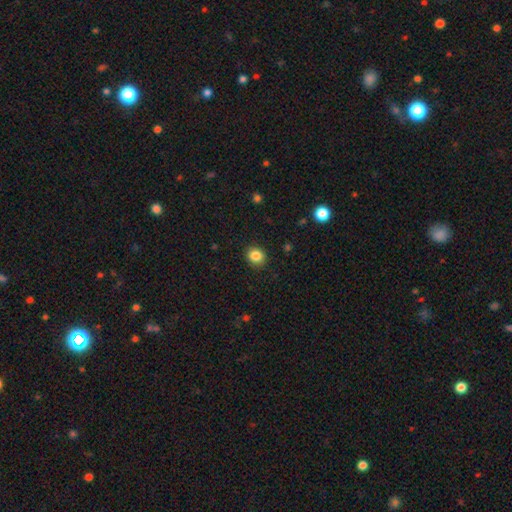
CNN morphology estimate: A smooth galaxy with no disk features (86%) that is round (75%). Merging: none (89%).